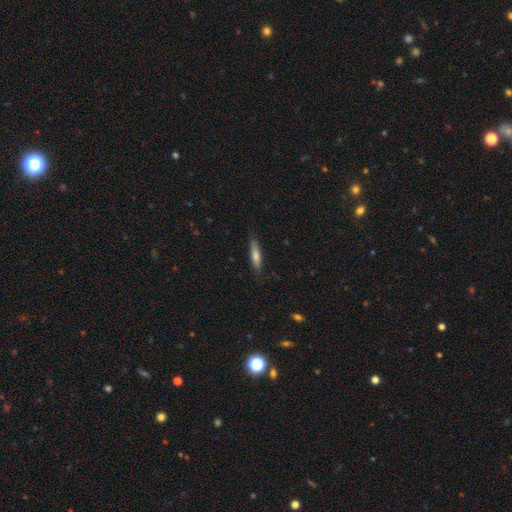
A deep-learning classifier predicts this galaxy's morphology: smooth_or_featured: smooth (p=0.61) [alt: featured or disk p=0.33]
how_rounded: cigar-shaped (p=0.82) [alt: in between p=0.16]
merging: none (p=0.82) [alt: minor disturbance p=0.14]